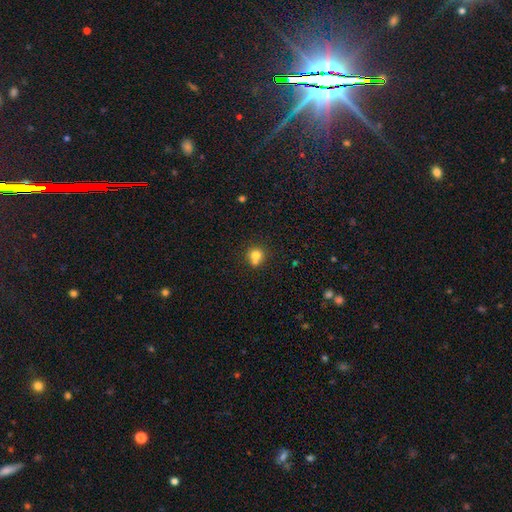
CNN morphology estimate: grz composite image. It shows a smooth galaxy with no disk features (76%) that is round (84%). Merging: none (50%).